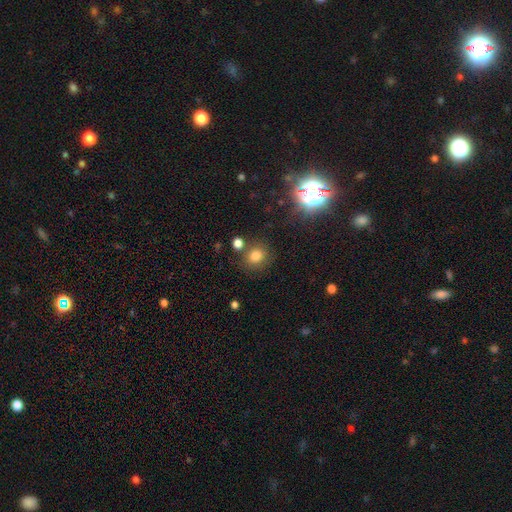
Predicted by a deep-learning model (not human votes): Q: Smooth or featured?
A: smooth (77%); runner-up: star or artifact (16%)
Q: How rounded?
A: round (79%); runner-up: in between (20%)
Q: Merging?
A: none (77%); runner-up: minor disturbance (10%)